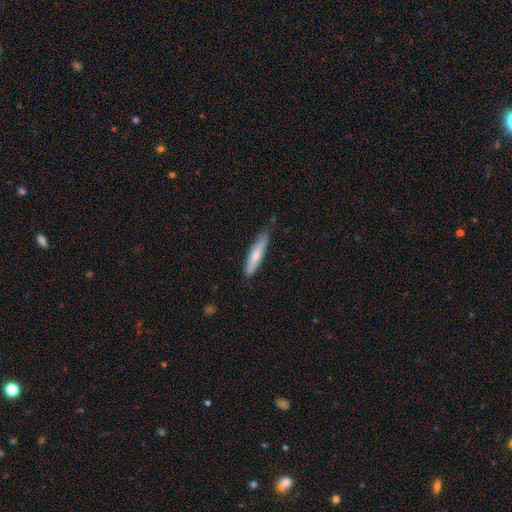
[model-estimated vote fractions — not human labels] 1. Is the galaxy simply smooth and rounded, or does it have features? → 70% smooth, 25% featured or disk, 5% star or artifact.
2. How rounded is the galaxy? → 84% cigar-shaped, 15% in between, 1% round.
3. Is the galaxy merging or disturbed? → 75% none, 21% minor disturbance, 3% major disturbance, 1% merger.